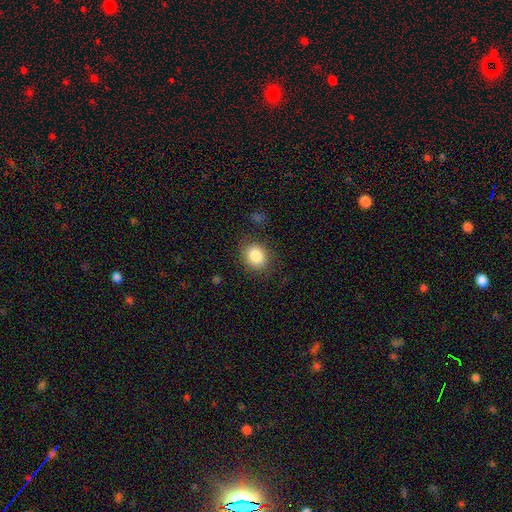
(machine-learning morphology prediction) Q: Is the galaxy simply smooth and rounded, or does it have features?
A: smooth — 84%.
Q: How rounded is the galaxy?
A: round — 59%.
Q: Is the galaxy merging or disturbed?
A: none — 83%.